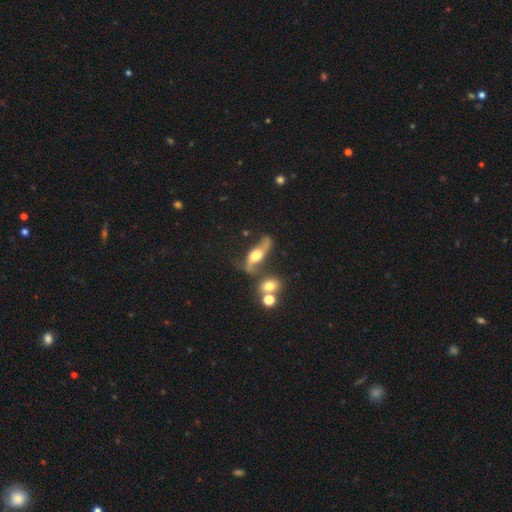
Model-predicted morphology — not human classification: smooth-or-featured: featured or disk: 60% | smooth: 30% | star or artifact: 9%
  disk-edge-on: no: 70% | yes: 30%
  merging: none: 41% | merger: 21% | minor disturbance: 20% | major disturbance: 18%